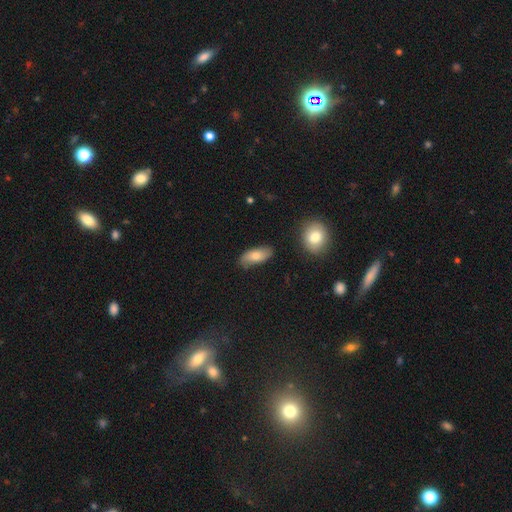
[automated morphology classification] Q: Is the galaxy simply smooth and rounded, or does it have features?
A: smooth — 69%.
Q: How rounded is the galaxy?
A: in between — 84%.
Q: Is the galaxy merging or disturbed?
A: none — 75%.